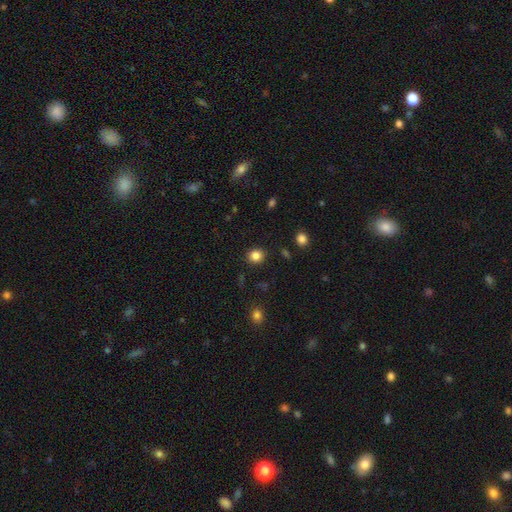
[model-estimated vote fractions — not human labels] Q: Smooth or featured?
A: smooth (84%); runner-up: star or artifact (12%)
Q: How rounded?
A: round (81%); runner-up: in between (18%)
Q: Merging?
A: none (89%); runner-up: minor disturbance (7%)